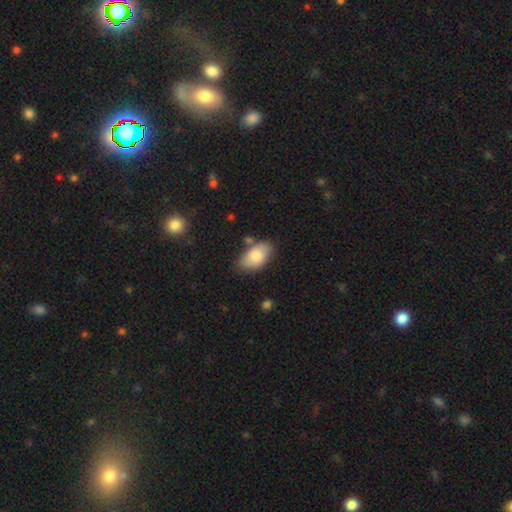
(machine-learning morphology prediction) A smooth galaxy with no disk features (80%) that is in between round and cigar-shaped (94%). Merging: none (72%).